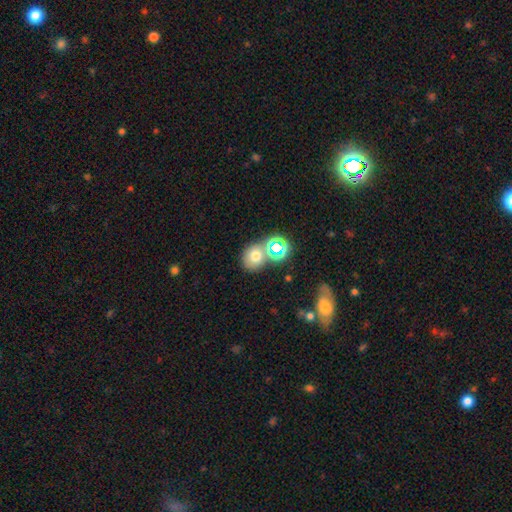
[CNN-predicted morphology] smooth-or-featured: smooth: 65% | star or artifact: 22% | featured or disk: 13%
  how-rounded: round: 64% | in between: 35% | cigar-shaped: 1%
  merging: none: 57% | merger: 28% | minor disturbance: 11% | major disturbance: 5%